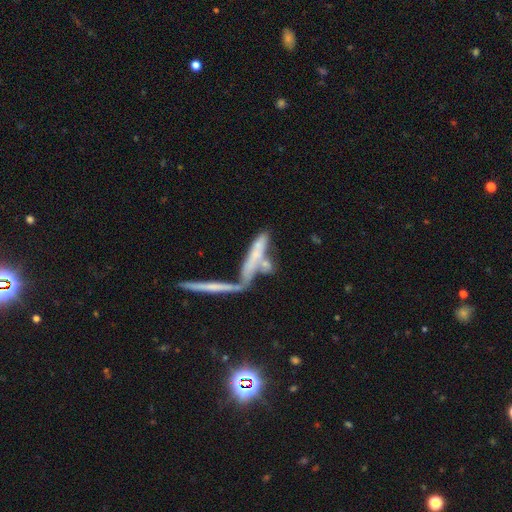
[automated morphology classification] A featured or disk galaxy (48%). Merging: merger (49%).